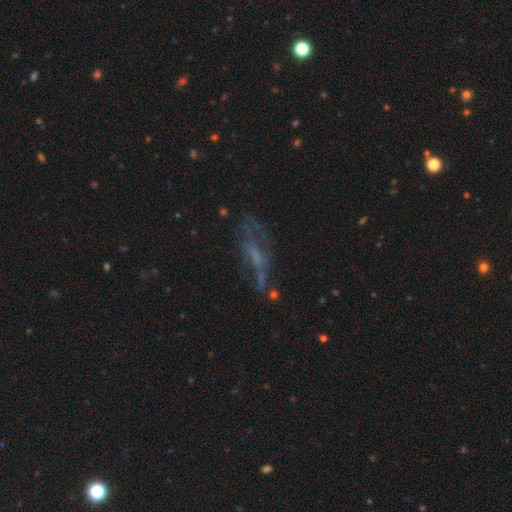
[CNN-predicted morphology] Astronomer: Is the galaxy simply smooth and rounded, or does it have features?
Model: featured or disk — 50% (runner-up: smooth, 30%).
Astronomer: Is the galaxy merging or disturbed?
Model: none — 39% (runner-up: major disturbance, 33%).